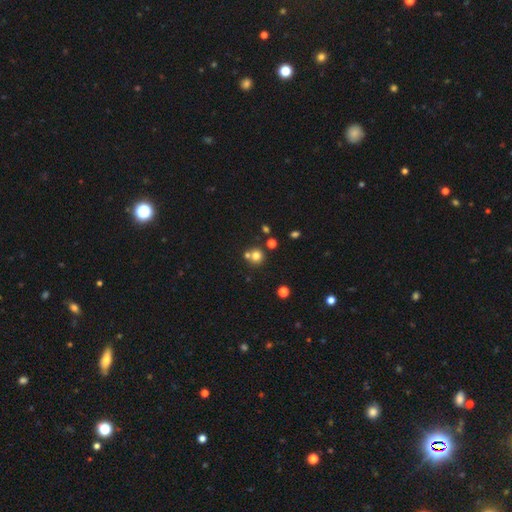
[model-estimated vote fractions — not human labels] Smooth or featured?
  - smooth: 75% *
  - star or artifact: 16%
  - featured or disk: 9%
How rounded?
  - round: 90% *
  - in between: 9%
  - cigar-shaped: 1%
Merging?
  - none: 61% *
  - merger: 30%
  - minor disturbance: 7%
  - major disturbance: 3%